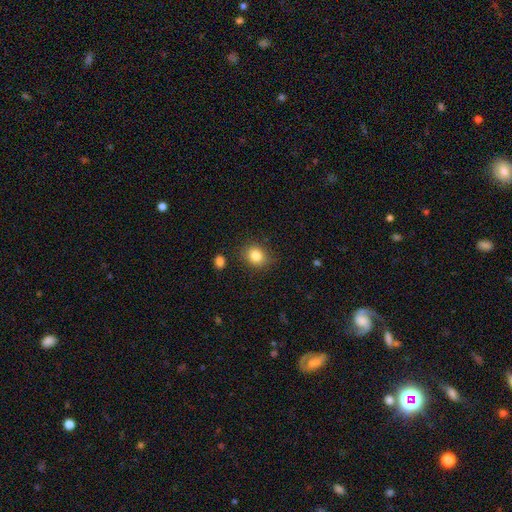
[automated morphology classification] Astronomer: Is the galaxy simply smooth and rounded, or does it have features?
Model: smooth — 84%.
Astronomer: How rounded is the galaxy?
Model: round — 61% (runner-up: in between, 38%).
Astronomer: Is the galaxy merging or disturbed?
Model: none — 83%.